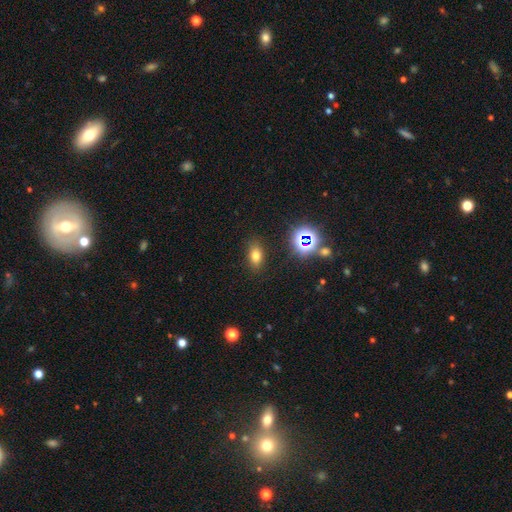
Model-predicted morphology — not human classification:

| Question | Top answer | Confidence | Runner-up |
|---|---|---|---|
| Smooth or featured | smooth | 71% | star or artifact (20%) |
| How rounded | in between | 81% | round (14%) |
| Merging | none | 86% | minor disturbance (9%) |